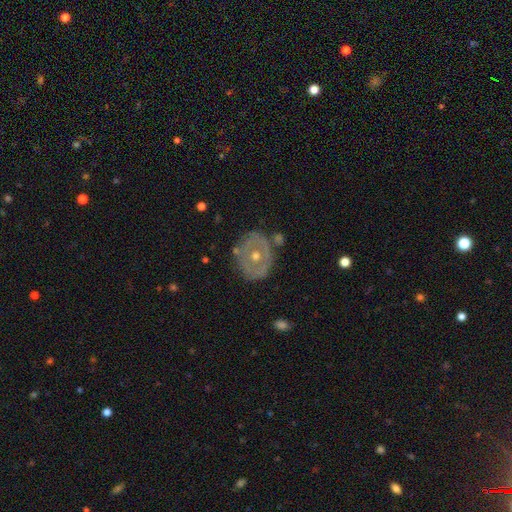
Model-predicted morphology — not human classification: The model was most divided on "bulge size": moderate: 63%, small: 34%, large: 2%, none: 1%, dominant: 1%. More confident: edge-on disk — no (95%); bar — no (84%); merging — none (73%); spiral arms — no (72%); smooth or featured — featured or disk (66%).